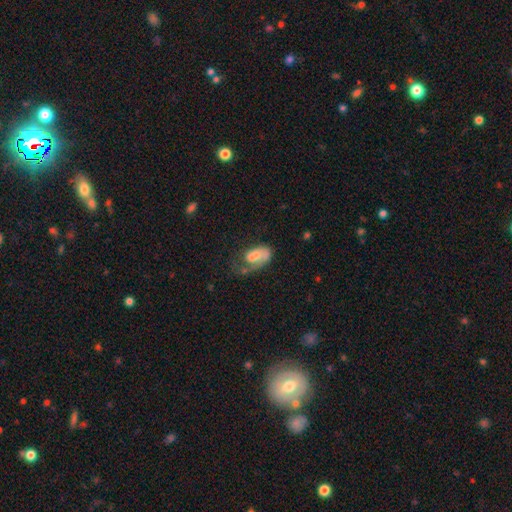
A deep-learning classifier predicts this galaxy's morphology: Smooth or featured?
  - featured or disk: 48% *
  - smooth: 45%
  - star or artifact: 7%
Merging?
  - major disturbance: 48% *
  - none: 27%
  - minor disturbance: 20%
  - merger: 6%